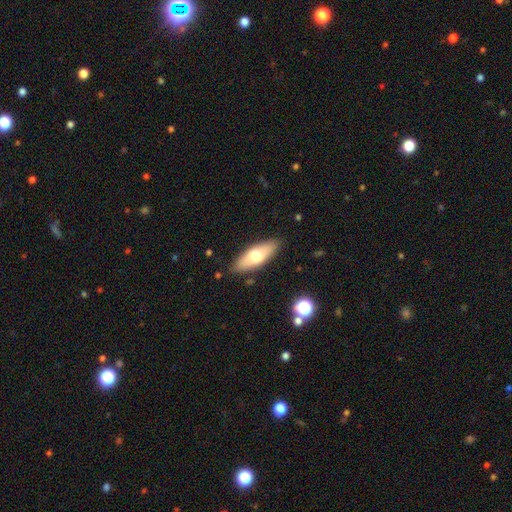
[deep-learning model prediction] smooth-or-featured: smooth: 63% | featured or disk: 31% | star or artifact: 6%
  how-rounded: in between: 67% | cigar-shaped: 31% | round: 2%
  merging: none: 86% | minor disturbance: 10% | major disturbance: 2% | merger: 1%